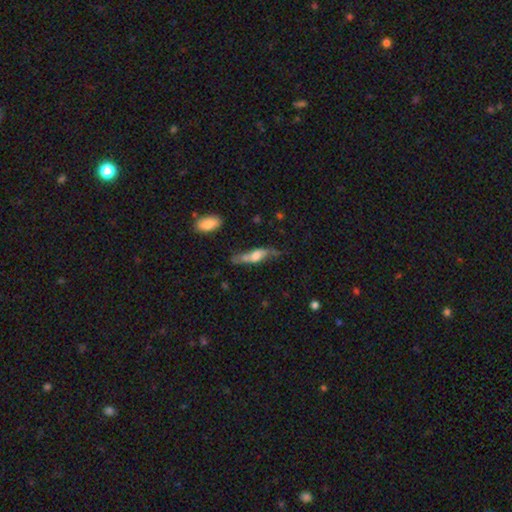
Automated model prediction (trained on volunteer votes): Morphology: type=smooth (47%); merging=none (43%).